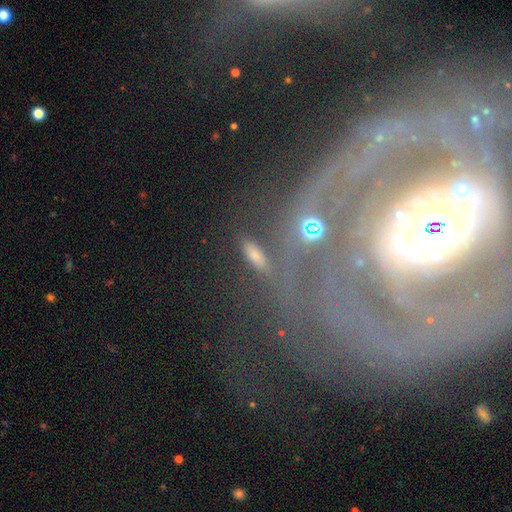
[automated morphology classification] Q: Smooth or featured?
A: smooth (57%); runner-up: star or artifact (29%)
Q: How rounded?
A: in between (48%); runner-up: cigar-shaped (40%)
Q: Merging?
A: none (75%); runner-up: minor disturbance (12%)